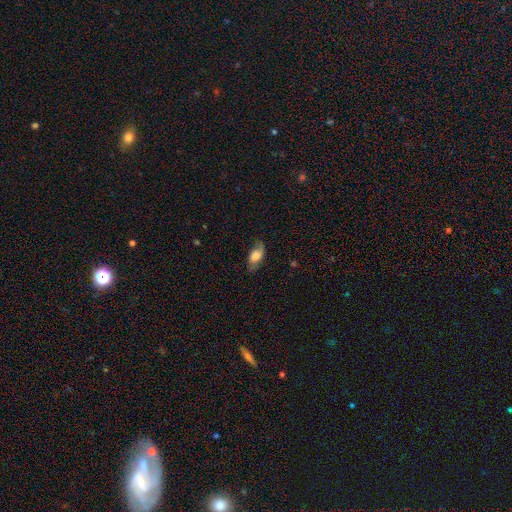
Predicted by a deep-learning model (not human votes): Smooth or featured?
  - smooth: 60% *
  - featured or disk: 32%
  - star or artifact: 8%
How rounded?
  - in between: 87% *
  - cigar-shaped: 8%
  - round: 5%
Merging?
  - none: 69% *
  - minor disturbance: 22%
  - major disturbance: 8%
  - merger: 1%